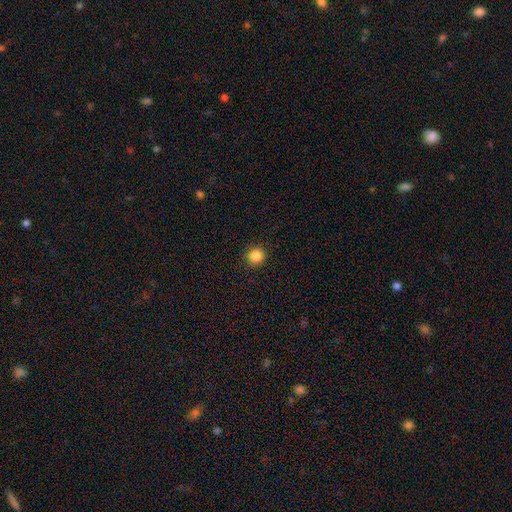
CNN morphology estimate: smooth_or_featured: smooth (p=0.86) [alt: star or artifact p=0.11]
how_rounded: round (p=0.93) [alt: in between p=0.06]
merging: none (p=0.91) [alt: minor disturbance p=0.06]